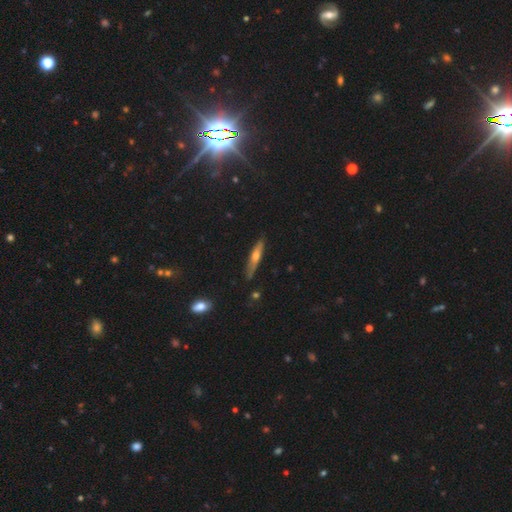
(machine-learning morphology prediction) smooth_or_featured: featured or disk (p=0.51) [alt: smooth p=0.41]
disk_edge_on: yes (p=0.91) [alt: no p=0.09]
merging: none (p=0.84) [alt: minor disturbance p=0.12]